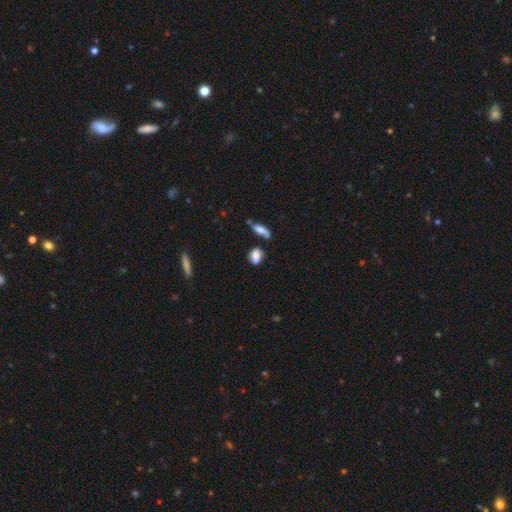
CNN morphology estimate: type=smooth (80%); roundness=in between (74%); merging=none (59%).